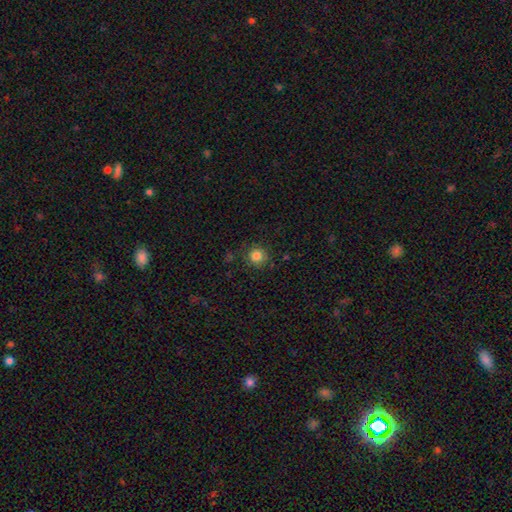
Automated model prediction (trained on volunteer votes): Smooth or featured: smooth — 83% (star or artifact — 12%)
How rounded: round — 93% (in between — 6%)
Merging: none — 84% (minor disturbance — 10%)